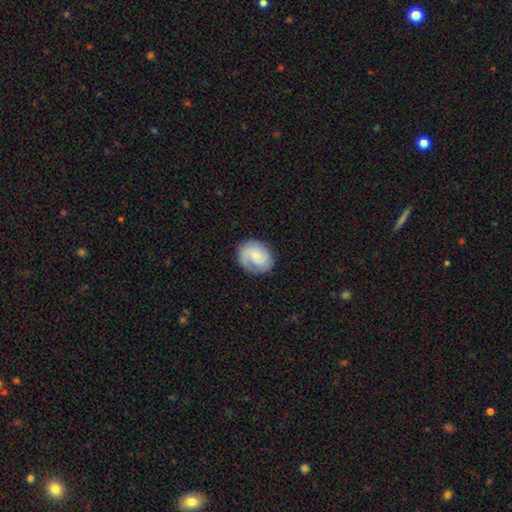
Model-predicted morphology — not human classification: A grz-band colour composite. It shows a featured or disk galaxy (50%). Merging: none (76%).